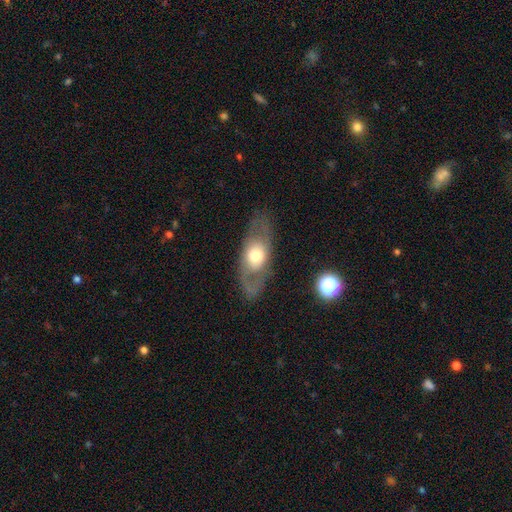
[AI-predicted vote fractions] Smooth or featured?
  - featured or disk: 56% *
  - smooth: 37%
  - star or artifact: 6%
Edge-on disk?
  - no: 80% *
  - yes: 20%
Merging?
  - none: 77% *
  - minor disturbance: 12%
  - major disturbance: 9%
  - merger: 2%